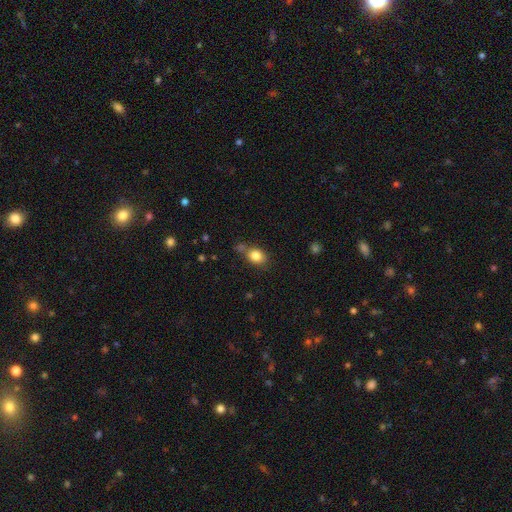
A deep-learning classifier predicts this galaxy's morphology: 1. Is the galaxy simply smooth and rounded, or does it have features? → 83% smooth, 10% star or artifact, 8% featured or disk.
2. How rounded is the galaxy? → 60% in between, 39% round, 1% cigar-shaped.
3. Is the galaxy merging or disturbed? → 65% none, 18% minor disturbance, 12% merger, 5% major disturbance.